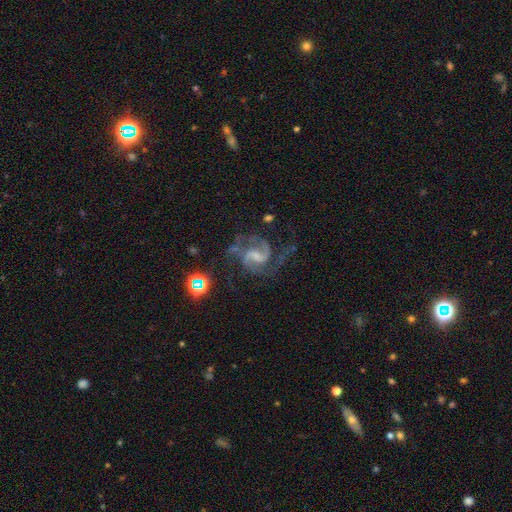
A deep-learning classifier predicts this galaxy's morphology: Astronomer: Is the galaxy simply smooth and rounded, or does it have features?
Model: featured or disk — 87%.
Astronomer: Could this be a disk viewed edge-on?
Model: no — 98%.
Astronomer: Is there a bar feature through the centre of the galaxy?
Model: weak — 56%.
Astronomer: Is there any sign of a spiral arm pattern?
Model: yes — 97%.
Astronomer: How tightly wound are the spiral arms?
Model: medium — 59%.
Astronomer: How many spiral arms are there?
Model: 2 — 81%.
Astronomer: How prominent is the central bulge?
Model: small — 46% (runner-up: moderate, 27%).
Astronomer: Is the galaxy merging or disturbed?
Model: none — 60%.